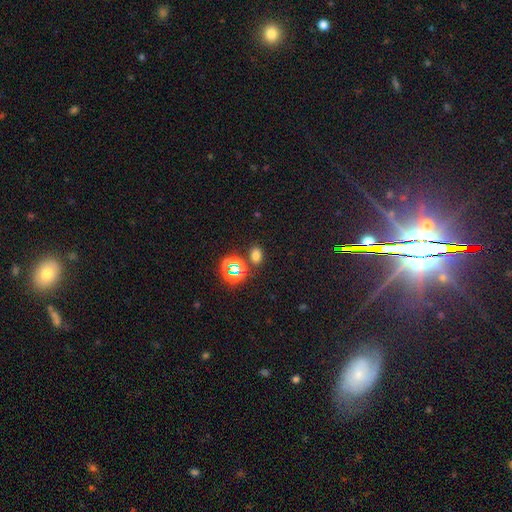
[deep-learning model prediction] Morphology: type=smooth (64%); roundness=in between (74%); merging=none (81%).